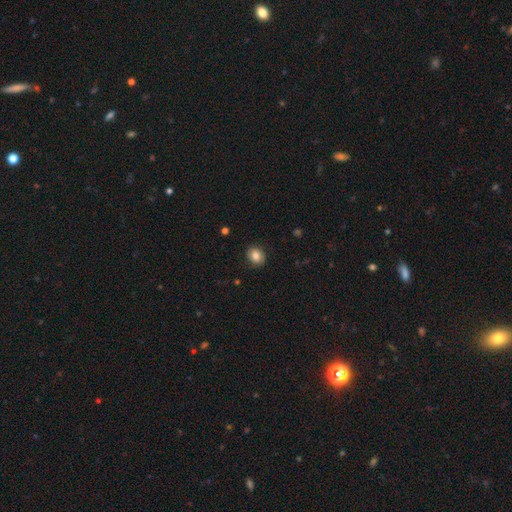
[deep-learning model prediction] This is clearly a smooth galaxy (82%). How rounded: possibly round (54%). Merging: clearly none (87%).